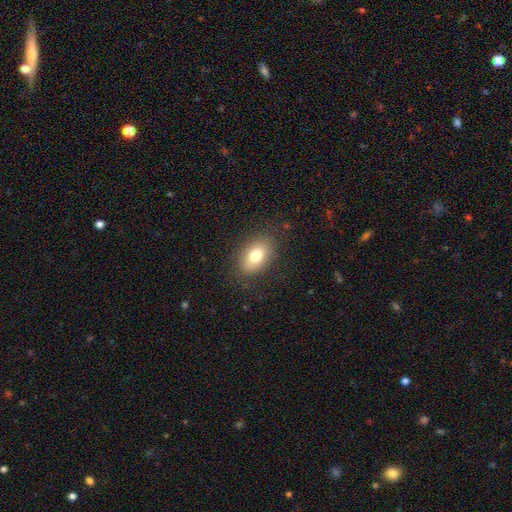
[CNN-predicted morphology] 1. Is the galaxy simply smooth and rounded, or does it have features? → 77% smooth, 14% featured or disk, 9% star or artifact.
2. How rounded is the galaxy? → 83% in between, 15% round, 1% cigar-shaped.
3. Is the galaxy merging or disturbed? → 82% none, 12% minor disturbance, 4% major disturbance, 1% merger.